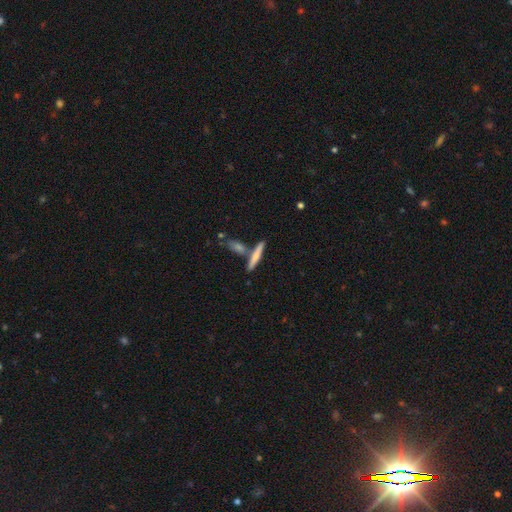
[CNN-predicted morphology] This appears to be a smooth galaxy with no disk features (59%) that is cigar-shaped (88%). Merging: none (70%).